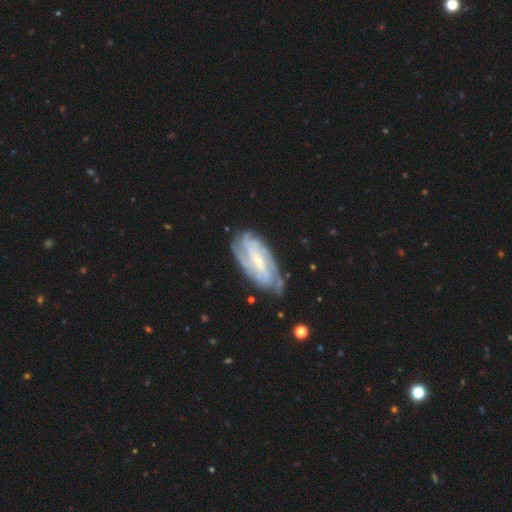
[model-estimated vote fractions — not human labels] This is likely a featured or disk galaxy (72%). It is clearly not viewed edge-on (89%). Bar: marginally weak (43%). Spiral arm pattern: clearly yes (88%). Spiral arm count: marginally can't tell (40%). Spiral winding: possibly tight (58%). Central bulge: possibly small (59%). Merging: likely none (75%).